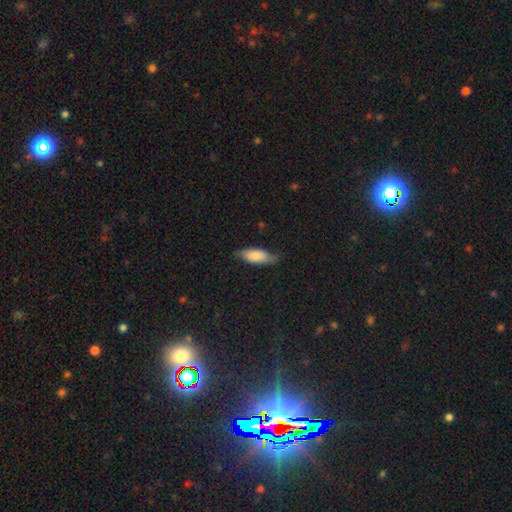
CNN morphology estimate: smooth 78%, featured or disk 16%, star or artifact 6%. Down the decision tree: how rounded — in between (72%); merging — none (72%).